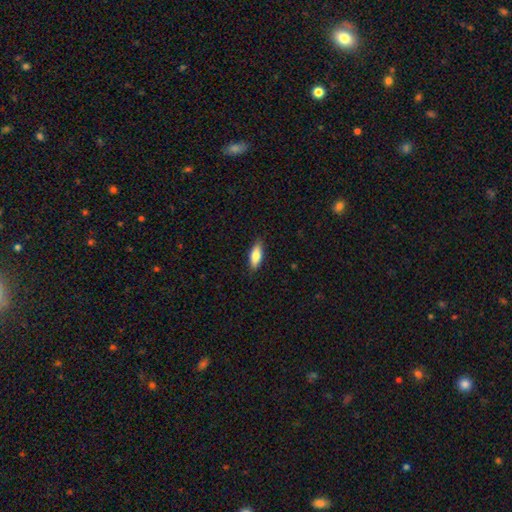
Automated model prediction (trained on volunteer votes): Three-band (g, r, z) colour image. It shows a smooth galaxy with no disk features (79%) that is in between round and cigar-shaped (71%). Merging: none (86%).